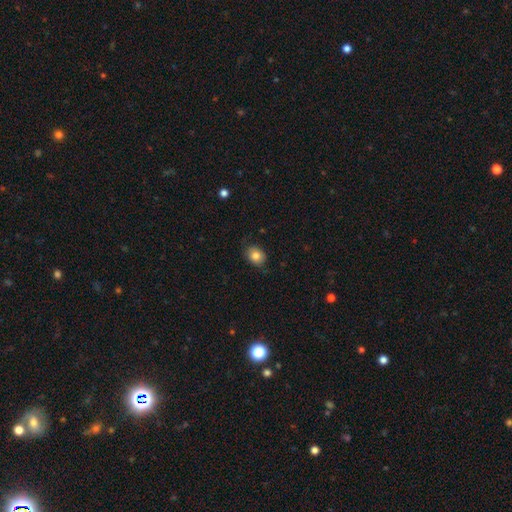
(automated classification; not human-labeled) Smooth or featured: smooth — 82% (star or artifact — 9%)
How rounded: in between — 50% (round — 49%)
Merging: none — 78% (minor disturbance — 17%)